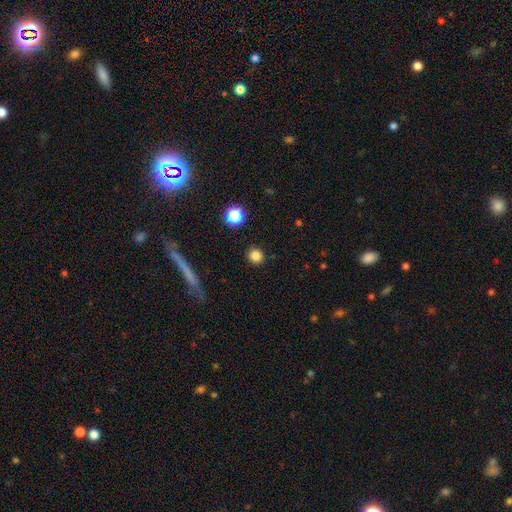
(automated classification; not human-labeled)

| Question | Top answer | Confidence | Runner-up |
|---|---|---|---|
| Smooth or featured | smooth | 83% | star or artifact (12%) |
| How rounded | round | 91% | in between (8%) |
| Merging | none | 90% | minor disturbance (6%) |